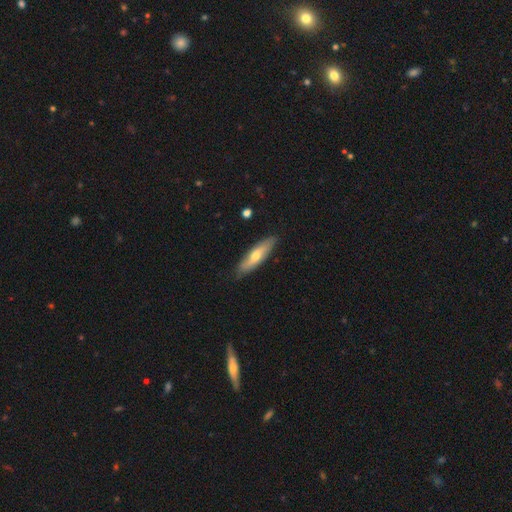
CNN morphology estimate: Q: Smooth or featured?
A: smooth (54%); runner-up: featured or disk (40%)
Q: How rounded?
A: cigar-shaped (71%); runner-up: in between (27%)
Q: Merging?
A: none (86%); runner-up: minor disturbance (11%)